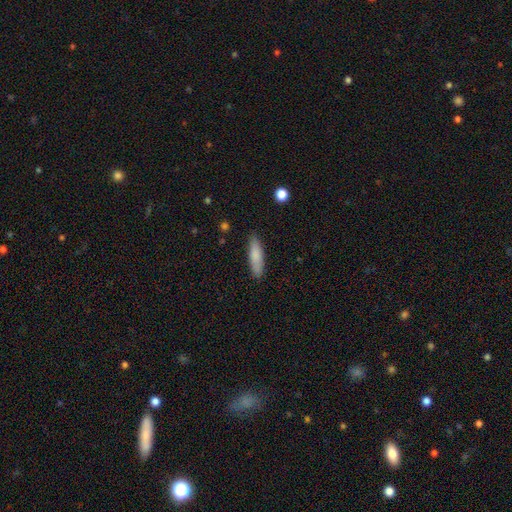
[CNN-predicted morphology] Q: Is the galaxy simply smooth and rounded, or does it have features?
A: smooth — 82%.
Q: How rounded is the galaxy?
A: cigar-shaped — 65%.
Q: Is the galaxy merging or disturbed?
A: none — 86%.